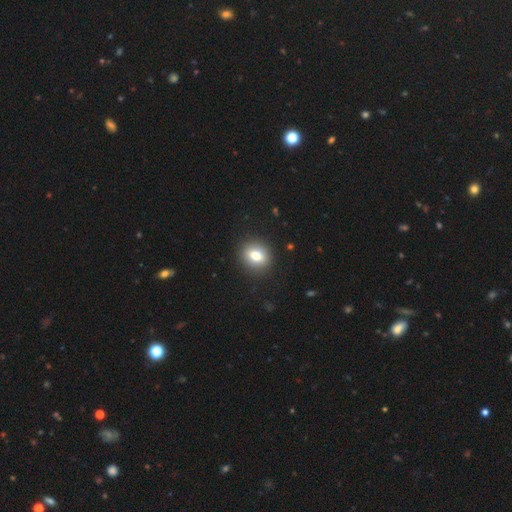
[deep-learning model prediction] A smooth galaxy with no disk features (74%) that is round (71%).

Vote fractions:
- Smooth or featured? smooth: 74% / featured or disk: 15% / star or artifact: 11%
- How rounded? round: 71% / in between: 28% / cigar-shaped: 1%
- Merging? none: 90% / minor disturbance: 6% / major disturbance: 2% / merger: 1%